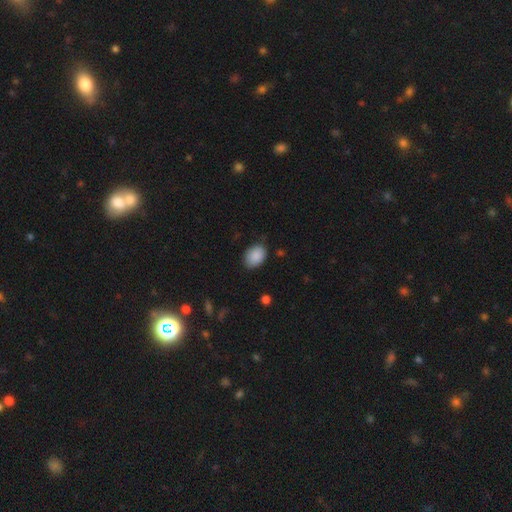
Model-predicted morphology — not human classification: Smooth or featured?
  - smooth: 89% *
  - star or artifact: 7%
  - featured or disk: 4%
How rounded?
  - in between: 81% *
  - round: 18%
  - cigar-shaped: 1%
Merging?
  - none: 80% *
  - minor disturbance: 16%
  - major disturbance: 3%
  - merger: 1%